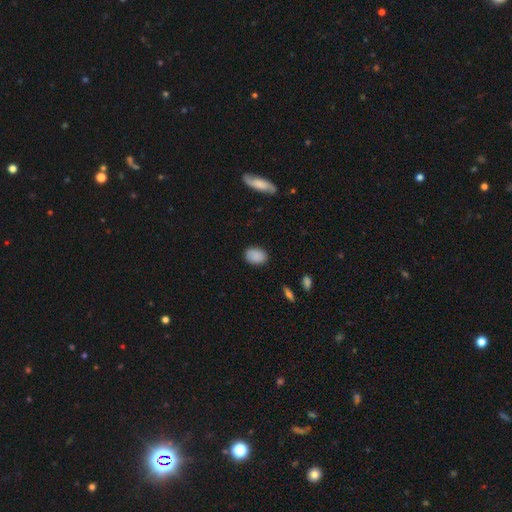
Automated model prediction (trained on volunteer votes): This is clearly a smooth galaxy (87%). How rounded: likely in between (79%). Merging: clearly none (84%).